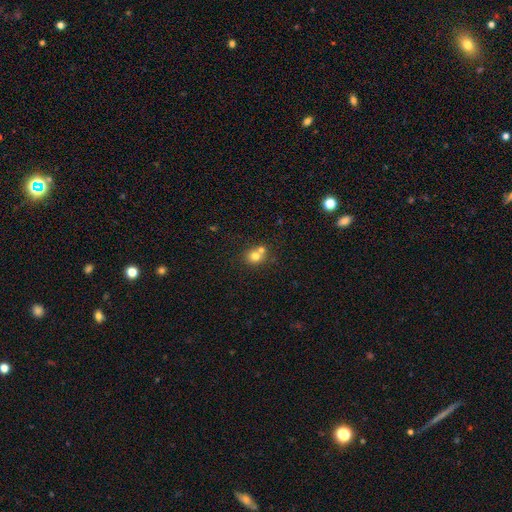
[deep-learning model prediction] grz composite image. It shows a smooth galaxy with no disk features (75%) that is round (80%). Merging: none (48%).